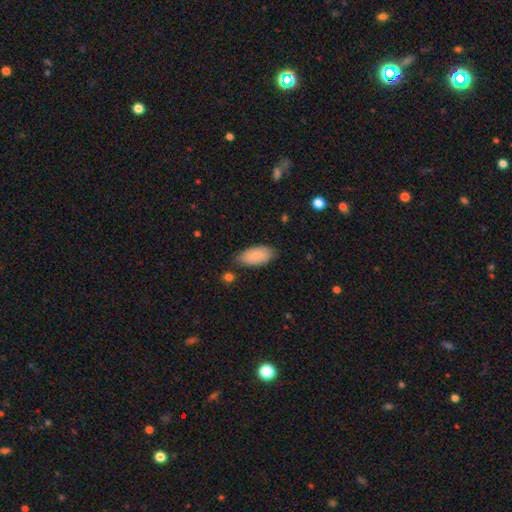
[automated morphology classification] This appears to be a smooth galaxy with no disk features (85%) that is in between round and cigar-shaped (92%). Merging: none (77%).